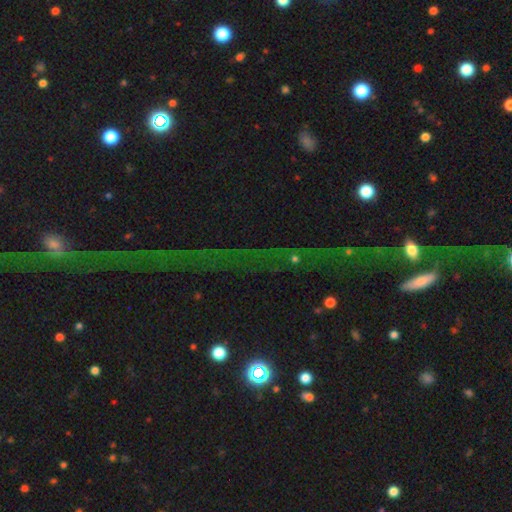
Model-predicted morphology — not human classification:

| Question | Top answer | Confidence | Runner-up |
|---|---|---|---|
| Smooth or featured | star or artifact | 69% | featured or disk (17%) |